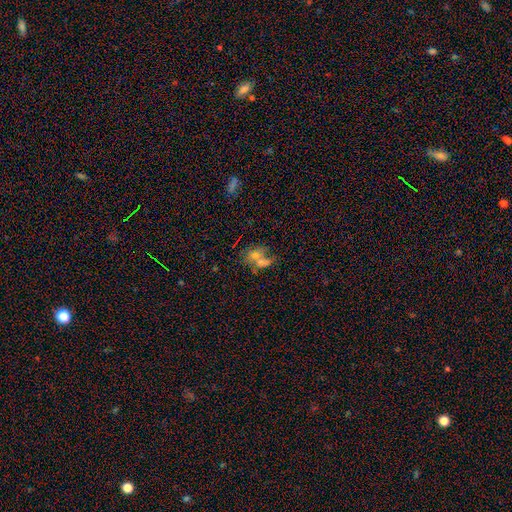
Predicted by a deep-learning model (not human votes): Morphology: type=smooth (50%); roundness=round (50%); merging=merger (48%).